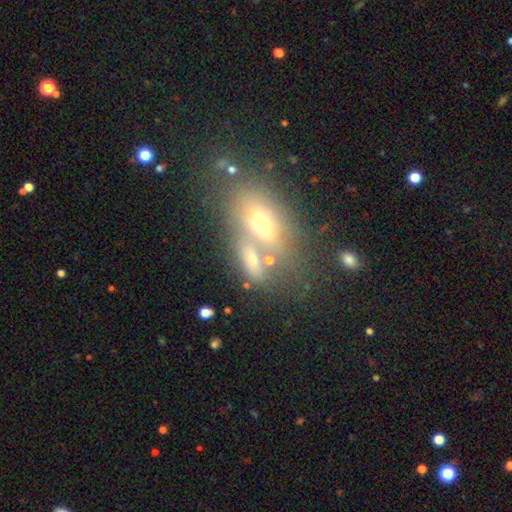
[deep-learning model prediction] This appears to be a smooth galaxy with no disk features (56%) that is in between round and cigar-shaped (70%). Merging: merger (42%).